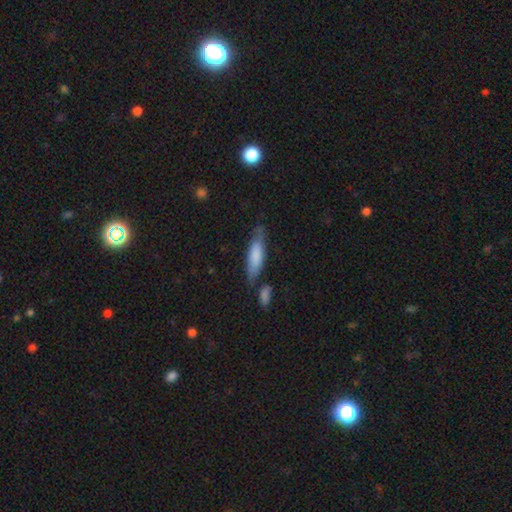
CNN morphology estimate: Overall: smooth (76%). How rounded: cigar-shaped (57%; in between 41%). Merging: none (62%).